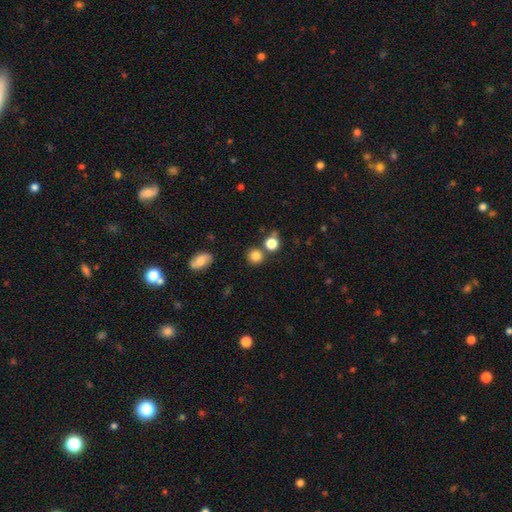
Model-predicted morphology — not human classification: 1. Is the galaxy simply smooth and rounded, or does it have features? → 82% smooth, 12% star or artifact, 6% featured or disk.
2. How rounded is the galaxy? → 89% round, 10% in between, 1% cigar-shaped.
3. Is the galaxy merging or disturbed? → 75% none, 14% merger, 8% minor disturbance, 3% major disturbance.